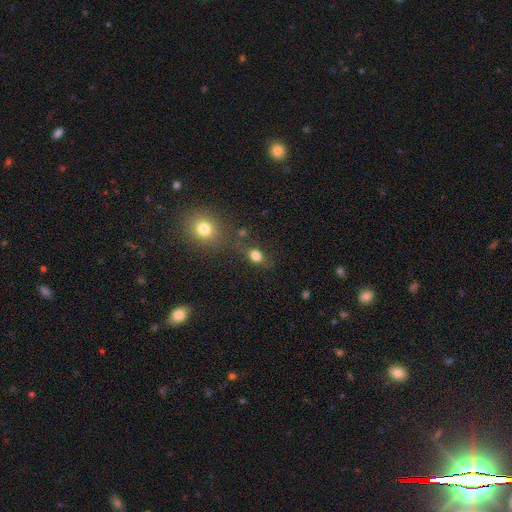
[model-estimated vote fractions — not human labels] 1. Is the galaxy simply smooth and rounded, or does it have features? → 79% smooth, 13% star or artifact, 8% featured or disk.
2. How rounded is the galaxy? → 67% in between, 30% round, 3% cigar-shaped.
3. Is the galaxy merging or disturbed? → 61% none, 17% minor disturbance, 14% merger, 8% major disturbance.